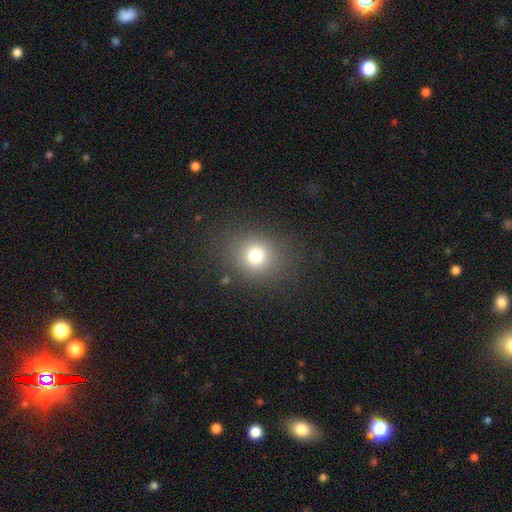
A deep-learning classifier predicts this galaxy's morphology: smooth_or_featured: smooth (p=0.75) [alt: star or artifact p=0.16]
how_rounded: round (p=0.78) [alt: in between p=0.21]
merging: none (p=0.85) [alt: minor disturbance p=0.09]